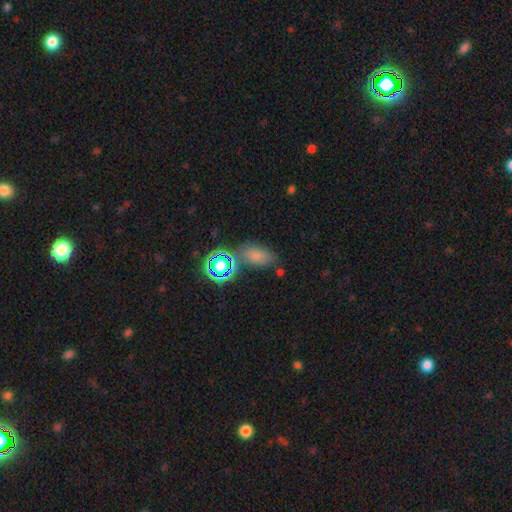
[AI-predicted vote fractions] smooth_or_featured: smooth (p=0.67) [alt: star or artifact p=0.24]
how_rounded: in between (p=0.83) [alt: round p=0.14]
merging: none (p=0.64) [alt: minor disturbance p=0.17]